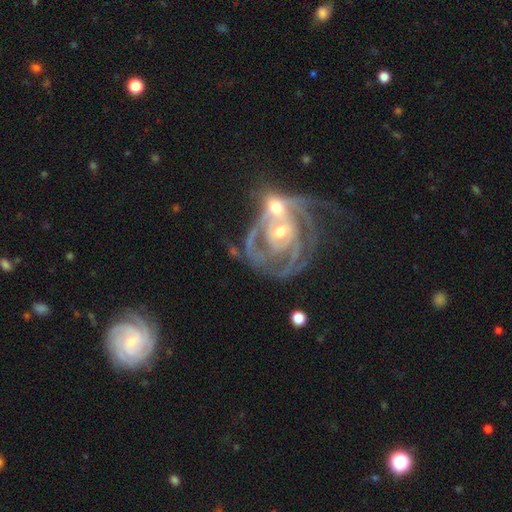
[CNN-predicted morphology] The model was most divided on "bulge size": small: 50%, moderate: 45%, large: 3%, none: 2%, dominant: 1%. Remaining: edge-on disk — no (97%); spiral arms — yes (95%); smooth or featured — featured or disk (89%); spiral winding — tight (65%); bar — no (59%); merging — merger (56%); spiral arm count — 2 (35%).